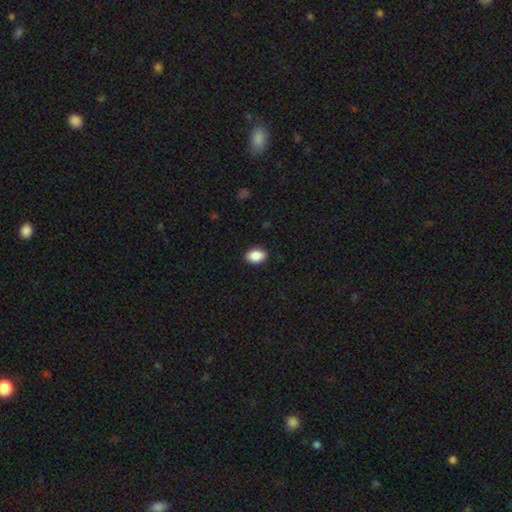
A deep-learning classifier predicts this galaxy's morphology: Smooth or featured? smooth (89%)
How rounded? in between (75%)
Merging? none (89%)